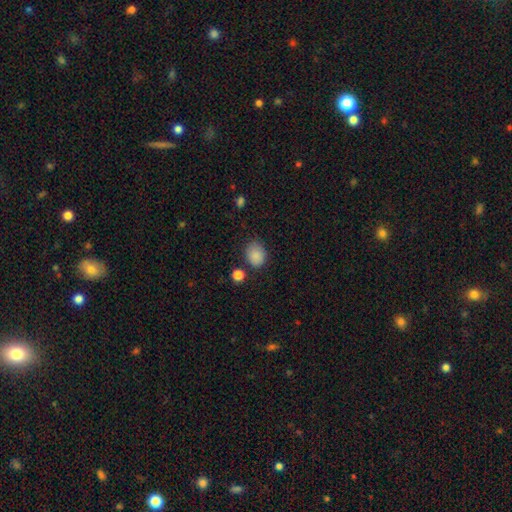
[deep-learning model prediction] A smooth galaxy with no disk features (86%) that is in between round and cigar-shaped (52%).

Vote fractions:
- Smooth or featured? smooth: 86% / star or artifact: 10% / featured or disk: 5%
- How rounded? in between: 52% / round: 47% / cigar-shaped: 1%
- Merging? none: 71% / minor disturbance: 20% / major disturbance: 5% / merger: 4%